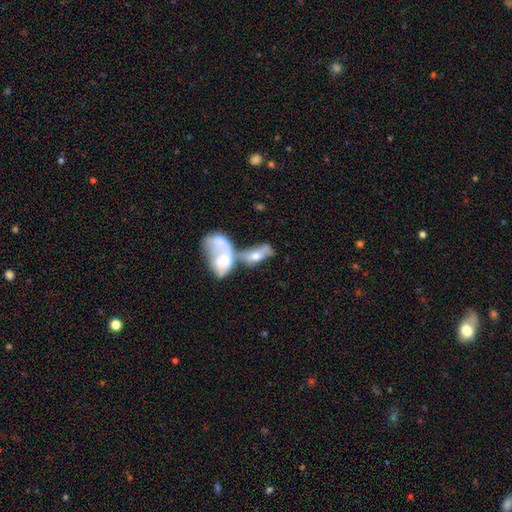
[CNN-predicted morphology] A featured or disk galaxy (48%). Merging: merger (75%).